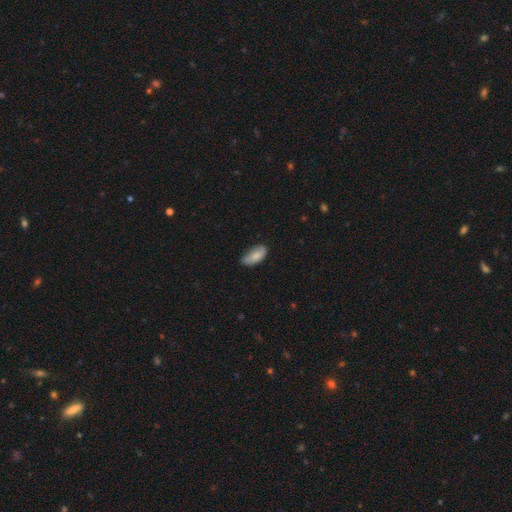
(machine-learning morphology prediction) Smooth or featured? Predicted: smooth (p=0.79). How rounded? Predicted: in between (p=0.92). Merging? Predicted: none (p=0.59).